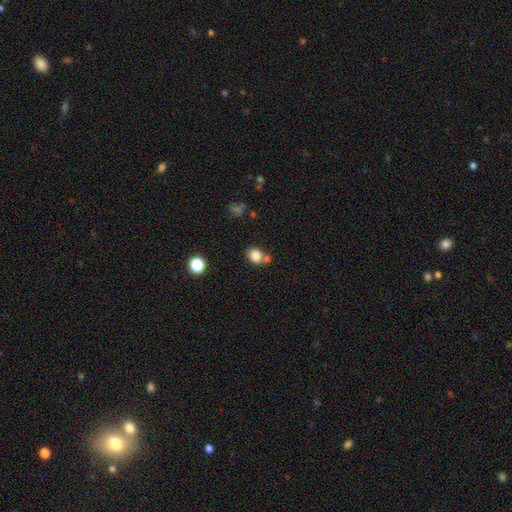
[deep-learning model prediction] This appears to be a smooth galaxy with no disk features (83%) that is round (62%). Merging: none (58%).